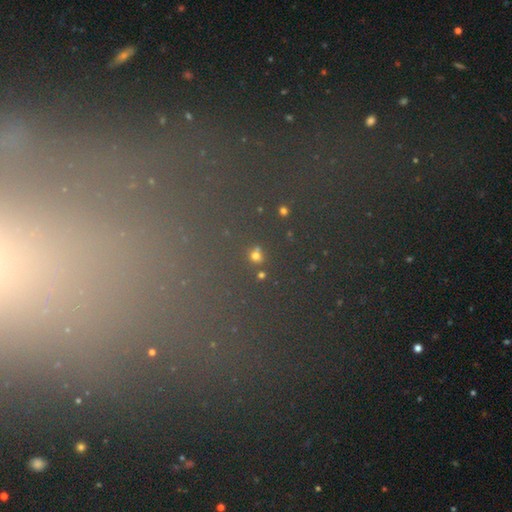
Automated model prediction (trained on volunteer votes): This is possibly a smooth galaxy (56%). How rounded: likely round (77%). Merging: likely none (75%).